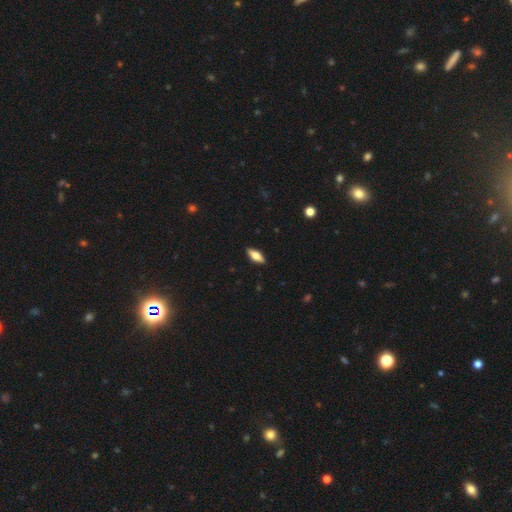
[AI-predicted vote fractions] Q: Smooth or featured?
A: smooth (65%); runner-up: featured or disk (28%)
Q: How rounded?
A: in between (74%); runner-up: cigar-shaped (23%)
Q: Merging?
A: none (89%); runner-up: minor disturbance (8%)